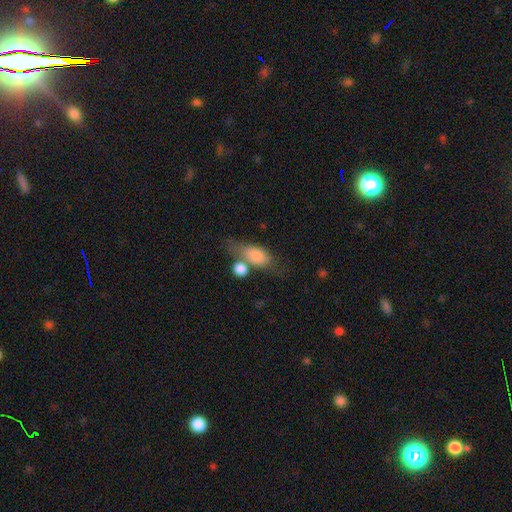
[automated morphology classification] Overall: smooth (77%). How rounded: in between (78%). Merging: none (40%; merger 30%).